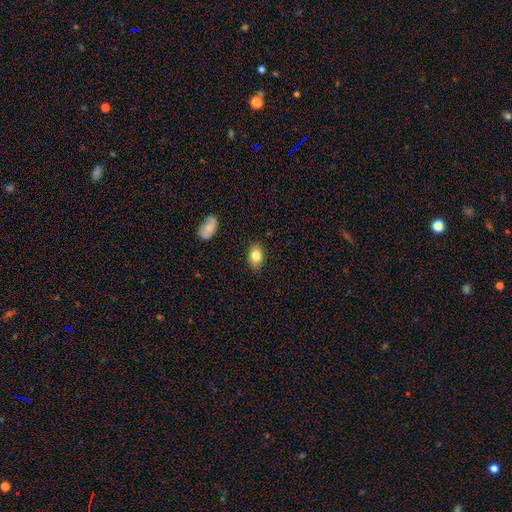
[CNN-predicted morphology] Q: Smooth or featured?
A: smooth (81%); runner-up: featured or disk (11%)
Q: How rounded?
A: in between (84%); runner-up: round (14%)
Q: Merging?
A: none (85%); runner-up: minor disturbance (11%)